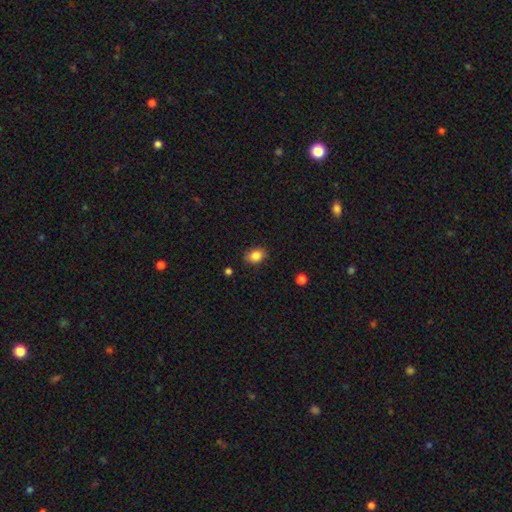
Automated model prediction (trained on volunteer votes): This is clearly a smooth galaxy (86%). How rounded: likely in between (69%). Merging: clearly none (83%).